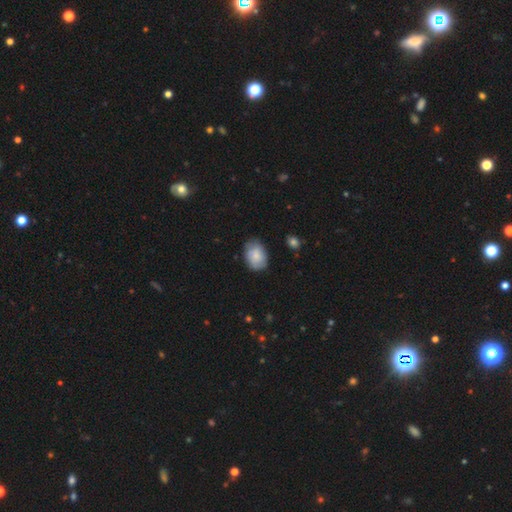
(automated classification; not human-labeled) Overall: smooth (82%). How rounded: in between (80%). Merging: none (74%).